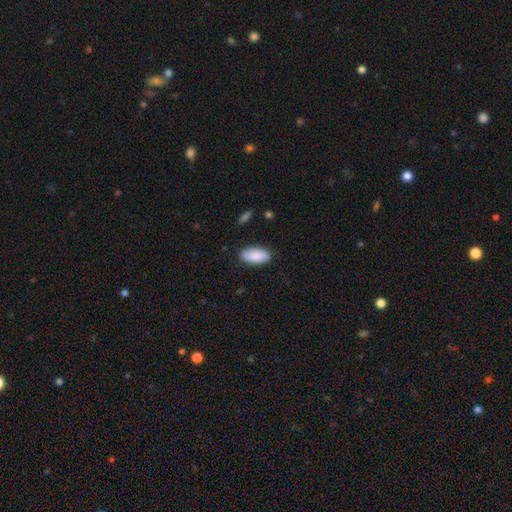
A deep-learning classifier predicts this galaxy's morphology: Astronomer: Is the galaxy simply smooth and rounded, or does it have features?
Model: smooth — 84%.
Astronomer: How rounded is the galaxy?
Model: in between — 93%.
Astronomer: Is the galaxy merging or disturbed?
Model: none — 84%.